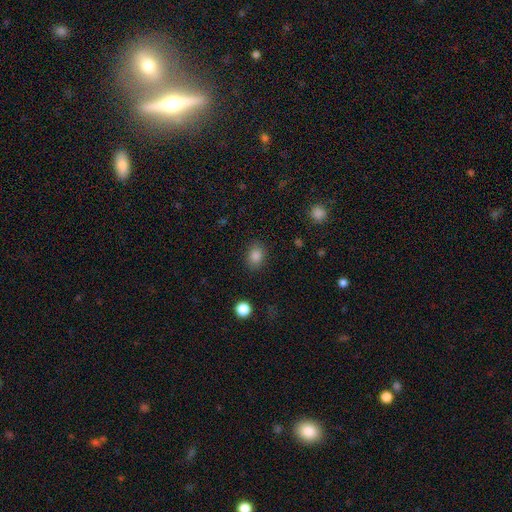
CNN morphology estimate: A smooth galaxy with no disk features (84%) that is in between round and cigar-shaped (59%).

Vote fractions:
- Smooth or featured? smooth: 84% / star or artifact: 11% / featured or disk: 5%
- How rounded? in between: 59% / round: 40% / cigar-shaped: 1%
- Merging? none: 85% / minor disturbance: 10% / major disturbance: 3% / merger: 1%